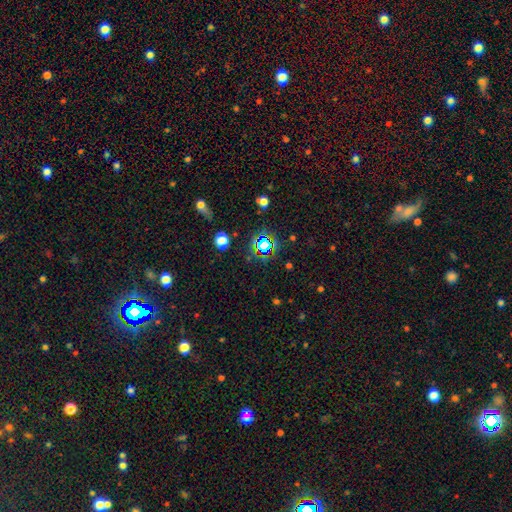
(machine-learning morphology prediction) This appears to be a star or artifact, not a galaxy (74%).